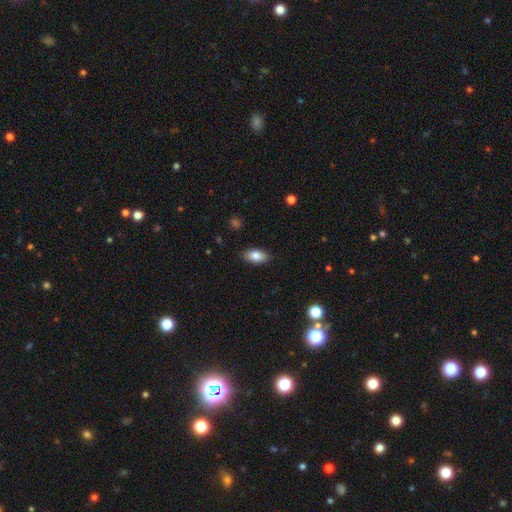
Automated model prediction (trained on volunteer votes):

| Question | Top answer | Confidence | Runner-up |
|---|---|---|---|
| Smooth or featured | smooth | 83% | featured or disk (10%) |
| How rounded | in between | 91% | cigar-shaped (5%) |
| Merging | none | 88% | minor disturbance (9%) |